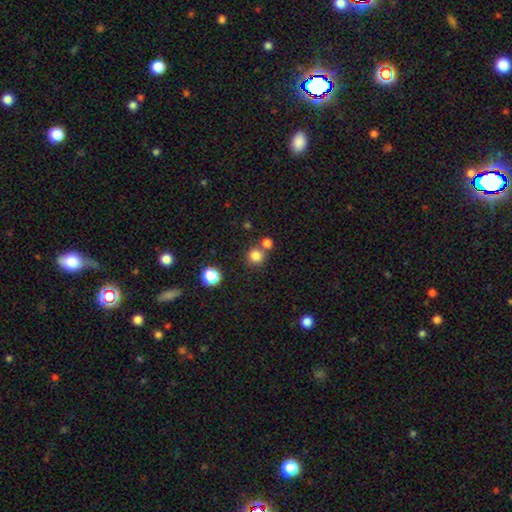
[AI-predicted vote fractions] Morphology: type=smooth (81%); roundness=round (92%); merging=none (68%).